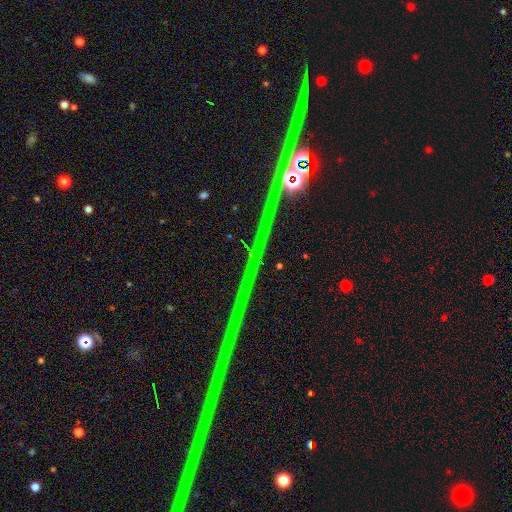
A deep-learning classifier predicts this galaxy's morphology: Smooth or featured? Predicted: star or artifact (p=0.81).